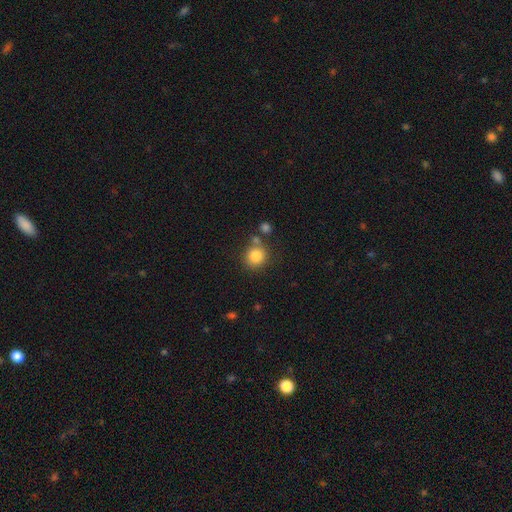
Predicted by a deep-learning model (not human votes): This is clearly a smooth galaxy (84%). How rounded: clearly round (90%). Merging: likely none (72%).